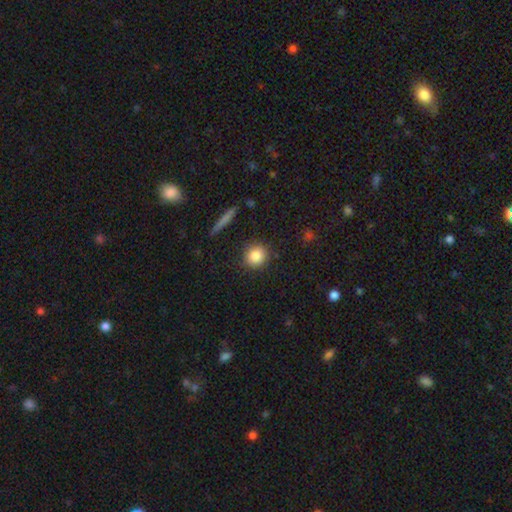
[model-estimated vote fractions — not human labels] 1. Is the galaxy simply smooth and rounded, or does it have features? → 84% smooth, 9% star or artifact, 6% featured or disk.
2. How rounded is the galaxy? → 90% round, 9% in between, 2% cigar-shaped.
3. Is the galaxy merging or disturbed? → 87% none, 8% minor disturbance, 2% major disturbance, 2% merger.